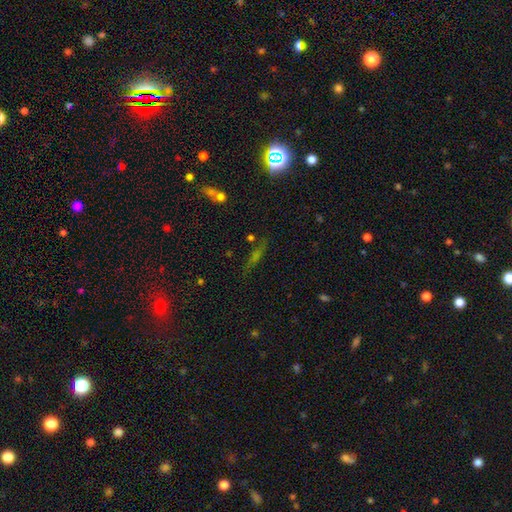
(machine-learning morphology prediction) Overall: star or artifact (39%; smooth 32%).